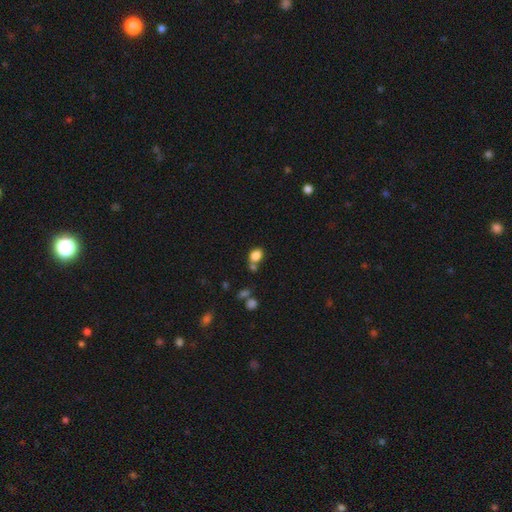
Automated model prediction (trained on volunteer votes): Smooth or featured? Predicted: smooth (p=0.83). How rounded? Predicted: in between (p=0.61). Merging? Predicted: none (p=0.55).